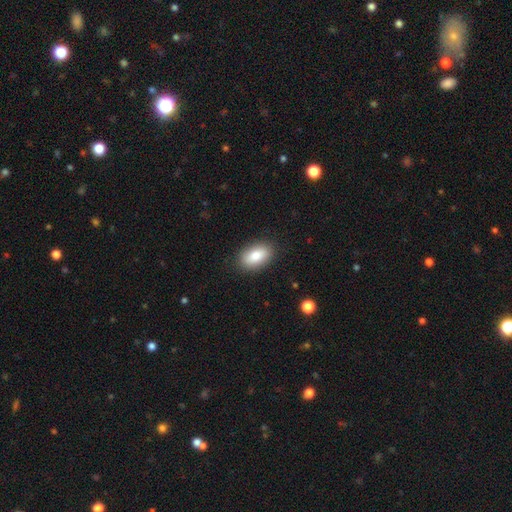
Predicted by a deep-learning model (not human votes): Smooth or featured: smooth — 82% (featured or disk — 11%)
How rounded: in between — 92% (round — 6%)
Merging: none — 88% (minor disturbance — 9%)